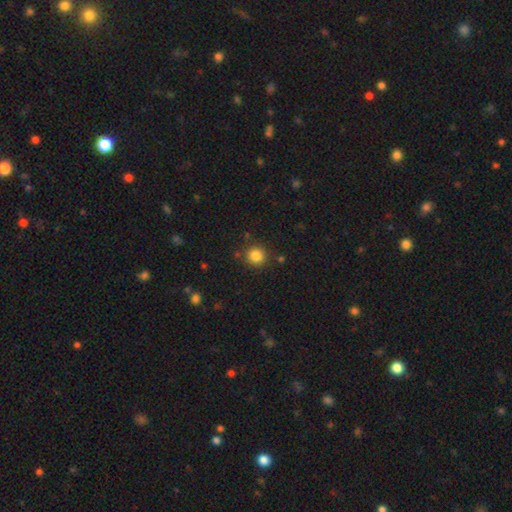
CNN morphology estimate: Smooth or featured?
  - smooth: 83% *
  - star or artifact: 12%
  - featured or disk: 5%
How rounded?
  - round: 93% *
  - in between: 6%
  - cigar-shaped: 1%
Merging?
  - none: 88% *
  - minor disturbance: 7%
  - merger: 3%
  - major disturbance: 3%